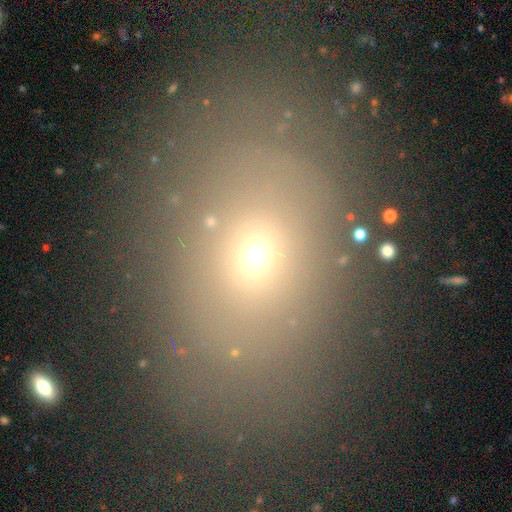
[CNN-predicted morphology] The model was most divided on "smooth or featured": smooth: 59%, star or artifact: 23%, featured or disk: 17%. More confident: merging — none (71%); how rounded — in between (68%).